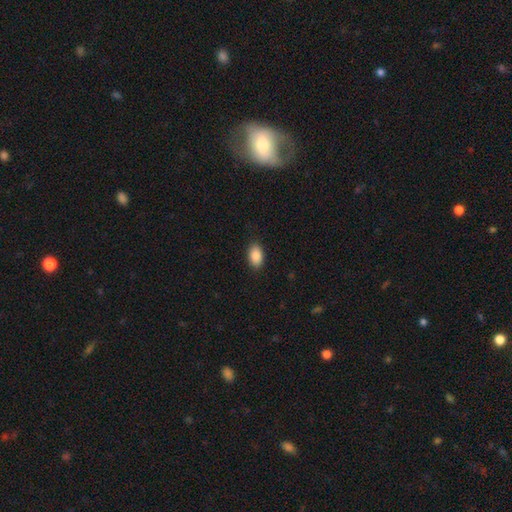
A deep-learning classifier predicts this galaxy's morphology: Q: Smooth or featured?
A: smooth (89%); runner-up: star or artifact (7%)
Q: How rounded?
A: in between (92%); runner-up: round (6%)
Q: Merging?
A: none (89%); runner-up: minor disturbance (8%)